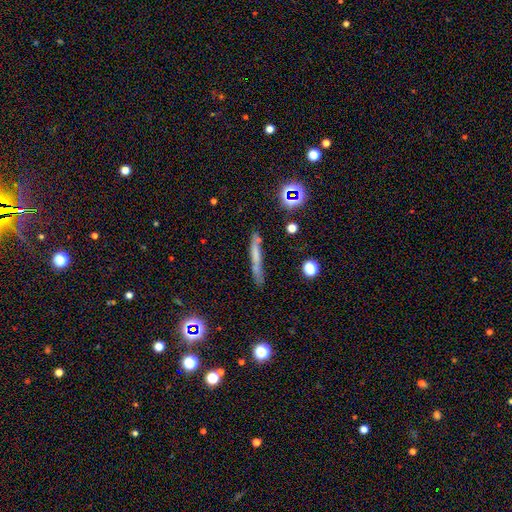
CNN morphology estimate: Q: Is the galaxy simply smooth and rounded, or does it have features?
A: smooth — 53%.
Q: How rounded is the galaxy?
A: cigar-shaped — 92%.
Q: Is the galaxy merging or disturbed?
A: none — 72%.